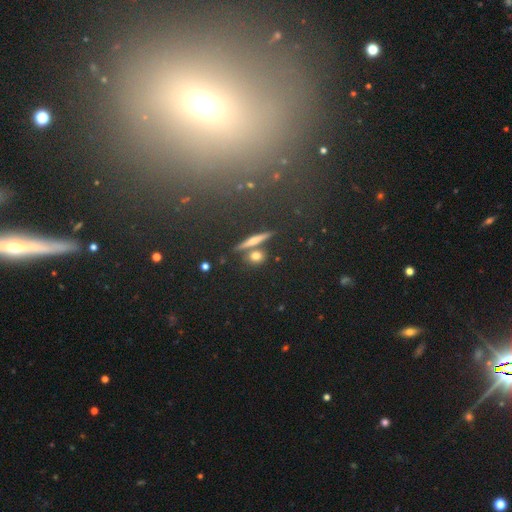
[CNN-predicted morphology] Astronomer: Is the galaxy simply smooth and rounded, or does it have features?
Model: smooth — 65%.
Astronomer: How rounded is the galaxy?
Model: round — 51%.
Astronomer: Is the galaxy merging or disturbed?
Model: none — 74%.